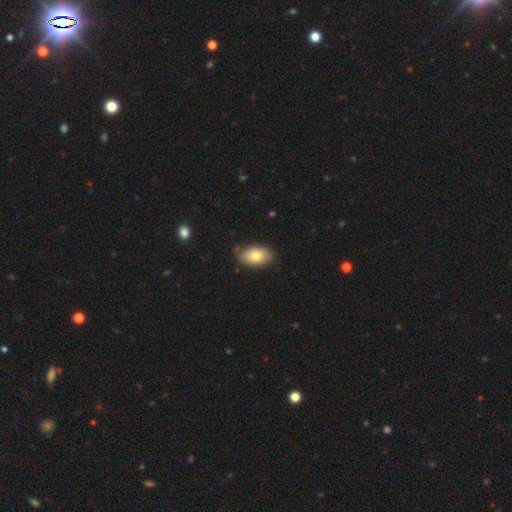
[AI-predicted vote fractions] smooth_or_featured: smooth (p=0.79) [alt: featured or disk p=0.14]
how_rounded: in between (p=0.93) [alt: round p=0.06]
merging: none (p=0.82) [alt: minor disturbance p=0.13]